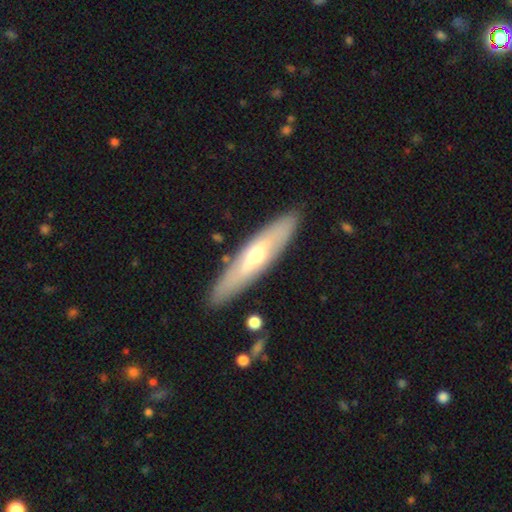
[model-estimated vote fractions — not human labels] A featured or disk galaxy (56%) viewed edge-on (65%). Merging: none (87%).